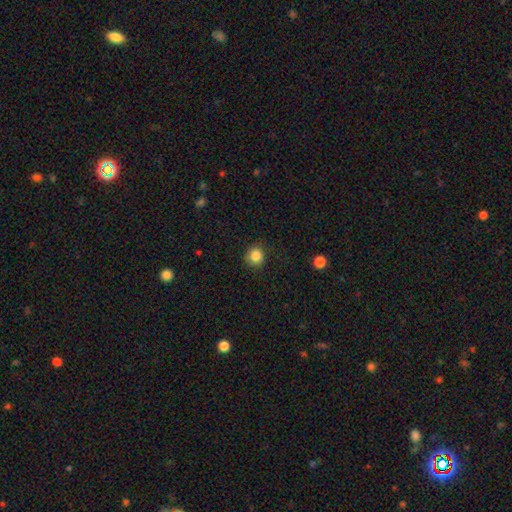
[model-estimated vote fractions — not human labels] This appears to be a smooth galaxy with no disk features (85%) that is round (91%). Merging: none (87%).